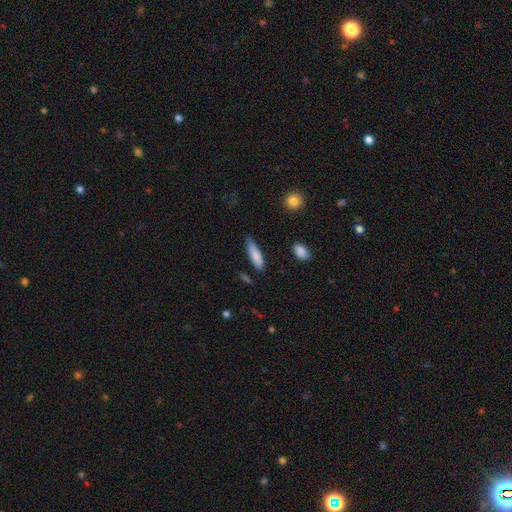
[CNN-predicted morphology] Overall: smooth (84%). How rounded: cigar-shaped (63%; in between 36%). Merging: none (73%).